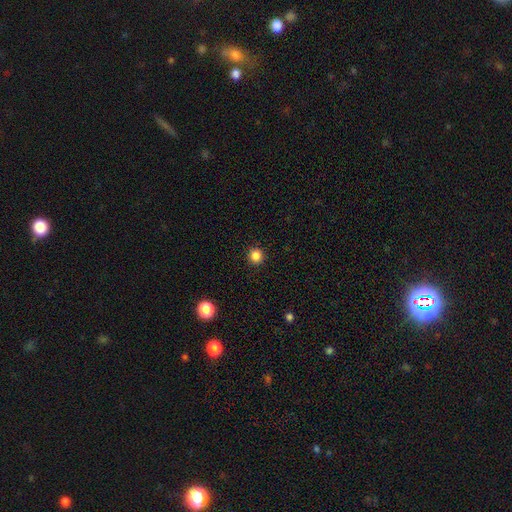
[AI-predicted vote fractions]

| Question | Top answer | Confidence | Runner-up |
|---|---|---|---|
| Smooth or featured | smooth | 85% | star or artifact (12%) |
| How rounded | round | 92% | in between (7%) |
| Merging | none | 92% | minor disturbance (5%) |